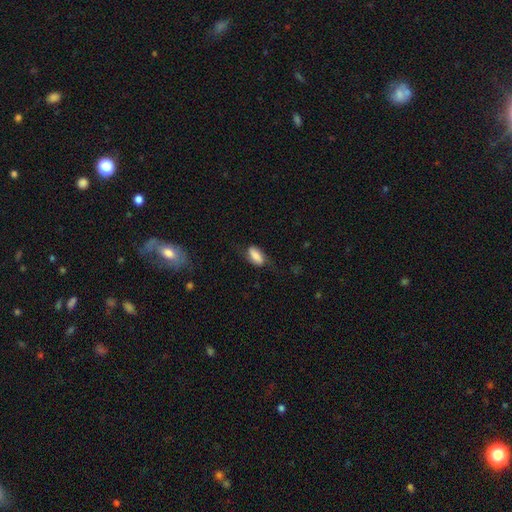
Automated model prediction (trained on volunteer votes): Smooth or featured: smooth — 71% (featured or disk — 22%)
How rounded: in between — 88% (cigar-shaped — 7%)
Merging: none — 57% (minor disturbance — 27%)